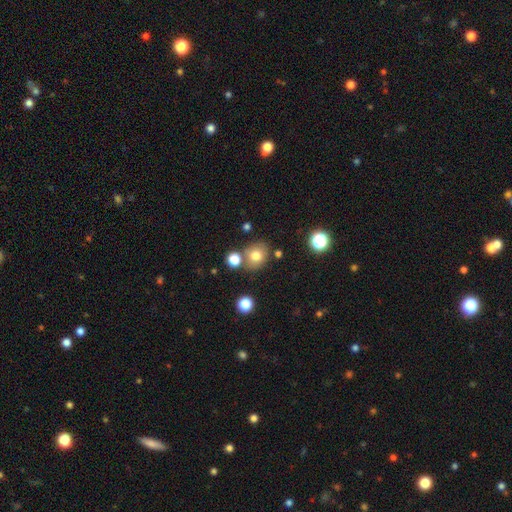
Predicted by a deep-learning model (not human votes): smooth-or-featured: smooth: 75% | star or artifact: 13% | featured or disk: 12%
  how-rounded: round: 68% | in between: 31% | cigar-shaped: 1%
  merging: none: 68% | merger: 16% | minor disturbance: 12% | major disturbance: 4%